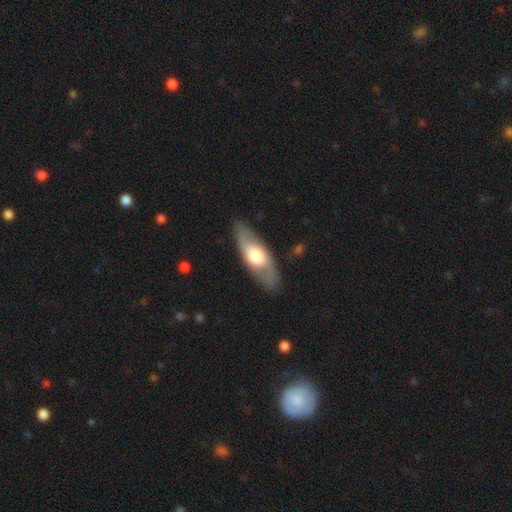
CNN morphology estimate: Smooth or featured? Predicted: featured or disk (p=0.48, tied with smooth). Merging? Predicted: none (p=0.84).